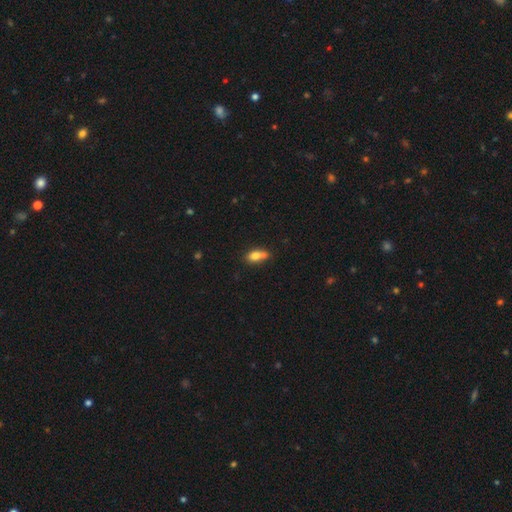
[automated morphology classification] smooth-or-featured: smooth: 77% | featured or disk: 14% | star or artifact: 9%
  how-rounded: in between: 81% | cigar-shaped: 11% | round: 8%
  merging: none: 47% | minor disturbance: 26% | merger: 19% | major disturbance: 7%